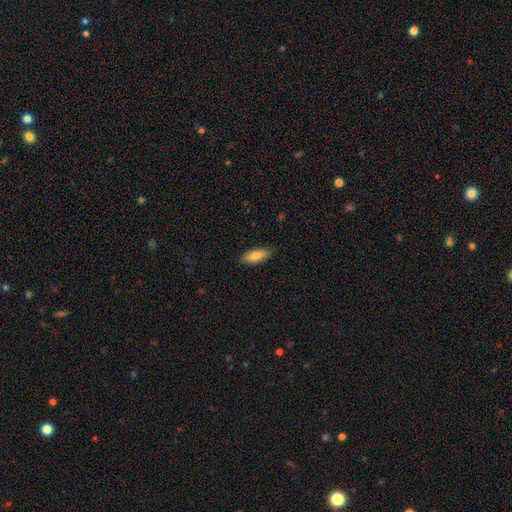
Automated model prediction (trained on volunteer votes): A smooth galaxy with no disk features (82%) that is in between round and cigar-shaped (69%).

Vote fractions:
- Smooth or featured? smooth: 82% / featured or disk: 12% / star or artifact: 6%
- How rounded? in between: 69% / cigar-shaped: 29% / round: 2%
- Merging? none: 86% / minor disturbance: 11% / major disturbance: 2% / merger: 1%